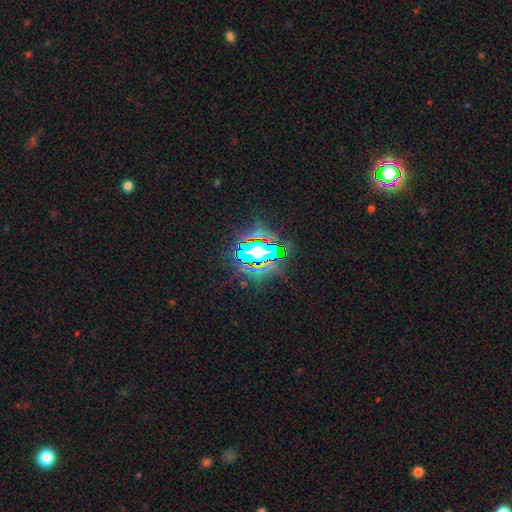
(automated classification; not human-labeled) A star or artifact, not a galaxy (81%).